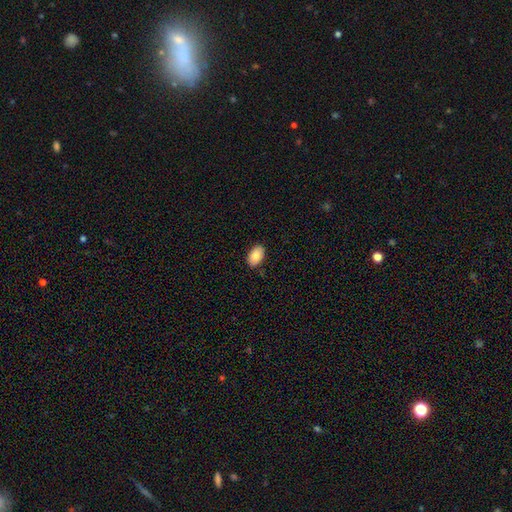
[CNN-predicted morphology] smooth-or-featured: smooth: 88% | star or artifact: 7% | featured or disk: 5%
  how-rounded: in between: 93% | round: 6% | cigar-shaped: 1%
  merging: none: 87% | minor disturbance: 10% | major disturbance: 2% | merger: 1%